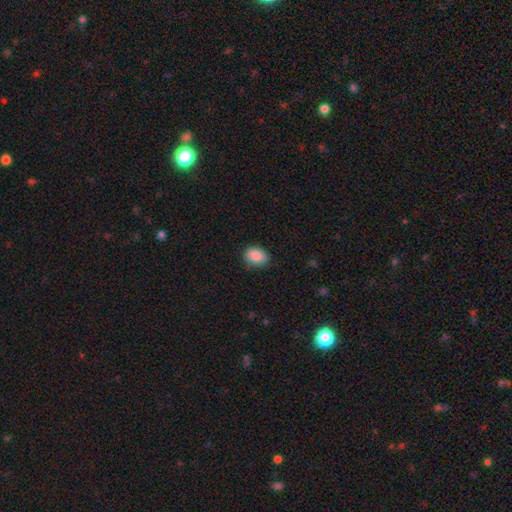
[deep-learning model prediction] smooth-or-featured: smooth: 89% | star or artifact: 8% | featured or disk: 4%
  how-rounded: in between: 73% | round: 26% | cigar-shaped: 1%
  merging: none: 79% | minor disturbance: 17% | major disturbance: 3% | merger: 1%